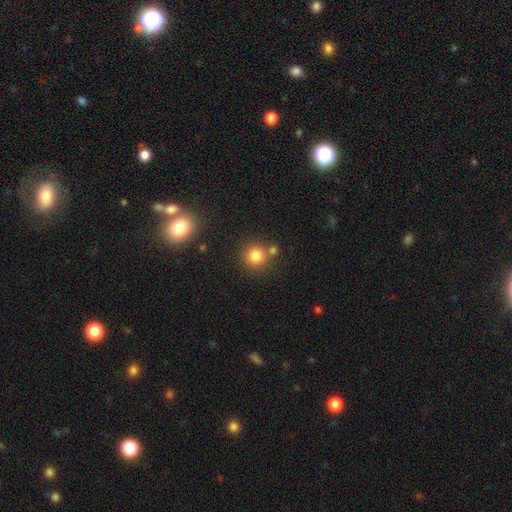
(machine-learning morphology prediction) This appears to be a smooth galaxy with no disk features (81%) that is round (92%). Merging: none (72%).